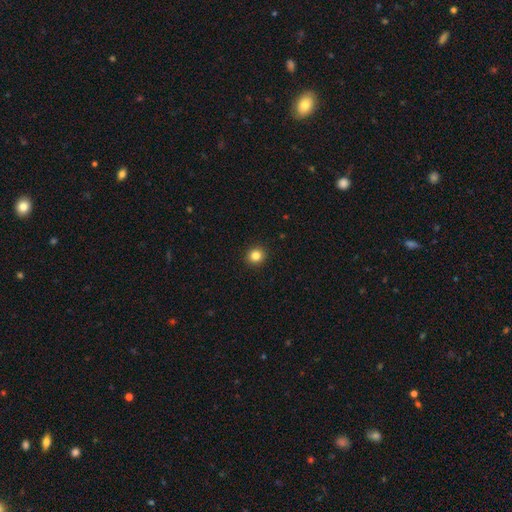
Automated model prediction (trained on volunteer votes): Q: Smooth or featured?
A: smooth (84%); runner-up: star or artifact (12%)
Q: How rounded?
A: round (90%); runner-up: in between (9%)
Q: Merging?
A: none (93%); runner-up: minor disturbance (4%)